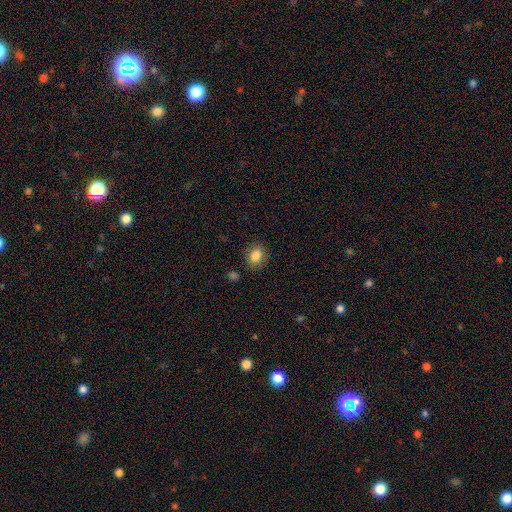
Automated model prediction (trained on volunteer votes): smooth 85%, star or artifact 9%, featured or disk 6%. Down the decision tree: how rounded — round (58%); merging — none (85%).